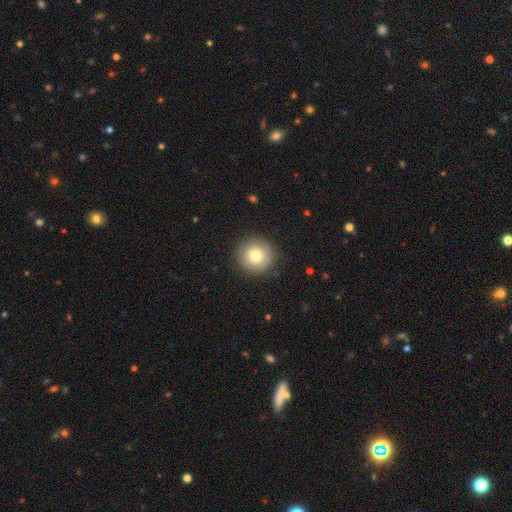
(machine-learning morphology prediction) Smooth or featured? Predicted: smooth (p=0.77). How rounded? Predicted: round (p=0.95). Merging? Predicted: none (p=0.89).